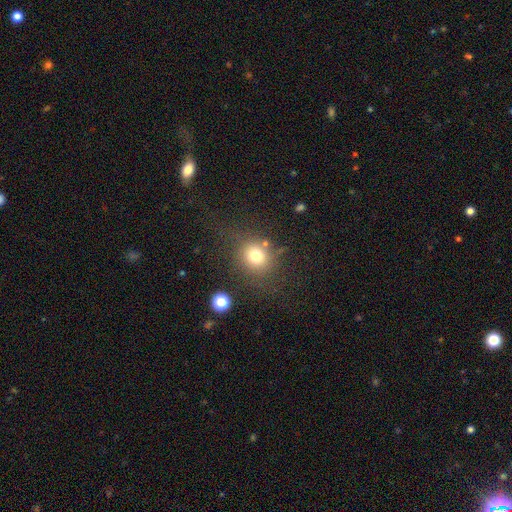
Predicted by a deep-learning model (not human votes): Smooth or featured?
  - smooth: 75% *
  - star or artifact: 14%
  - featured or disk: 11%
How rounded?
  - round: 78% *
  - in between: 21%
  - cigar-shaped: 1%
Merging?
  - none: 74% *
  - minor disturbance: 13%
  - major disturbance: 8%
  - merger: 5%